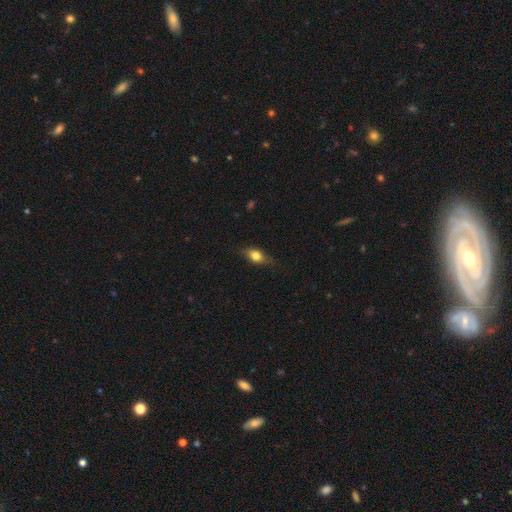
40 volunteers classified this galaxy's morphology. A smooth galaxy with no disk features (78%) that is in between round and cigar-shaped (94%).

Vote fractions:
- Smooth or featured? smooth: 78% / featured or disk: 20% / star or artifact: 2%
- How rounded? in between: 94% / round: 3% / cigar-shaped: 3%
- Merging? none: 64% / minor disturbance: 33% / merger: 3% / major disturbance: 0%